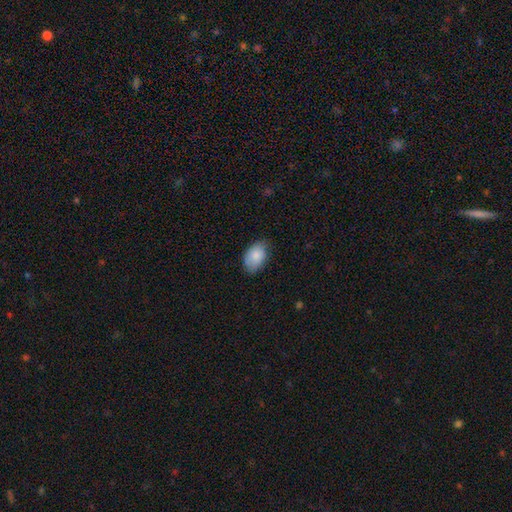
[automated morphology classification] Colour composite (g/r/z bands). It shows a smooth galaxy with no disk features (85%) that is in between round and cigar-shaped (89%). Merging: none (72%).